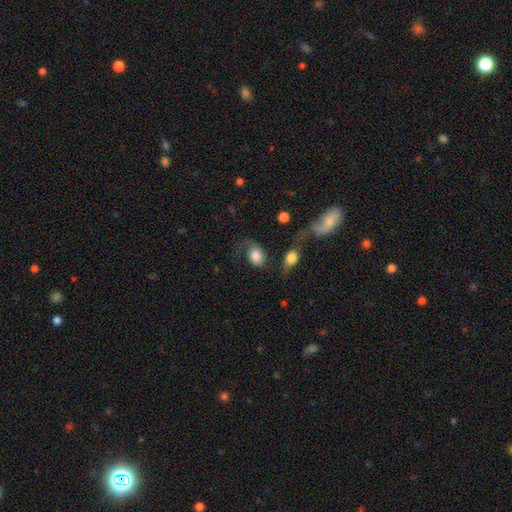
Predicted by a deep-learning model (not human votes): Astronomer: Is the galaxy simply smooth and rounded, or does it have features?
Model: smooth — 69%.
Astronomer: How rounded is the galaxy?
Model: in between — 68%.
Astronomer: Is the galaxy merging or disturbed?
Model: none — 35% (runner-up: major disturbance, 30%).